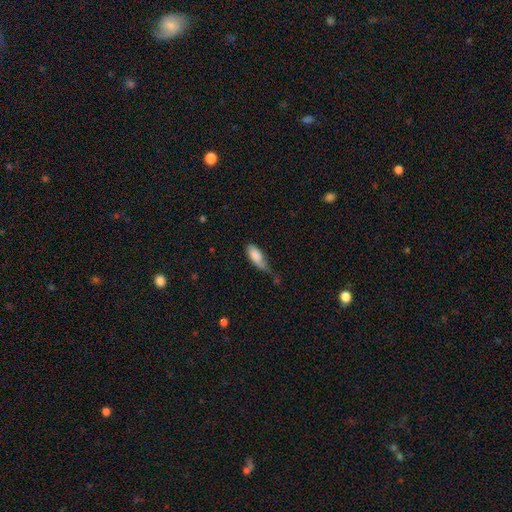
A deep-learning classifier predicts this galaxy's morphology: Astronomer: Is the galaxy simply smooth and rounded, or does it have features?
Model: smooth — 81%.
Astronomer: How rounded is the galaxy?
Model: in between — 80%.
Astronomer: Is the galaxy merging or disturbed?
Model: minor disturbance — 45% (runner-up: none, 33%).